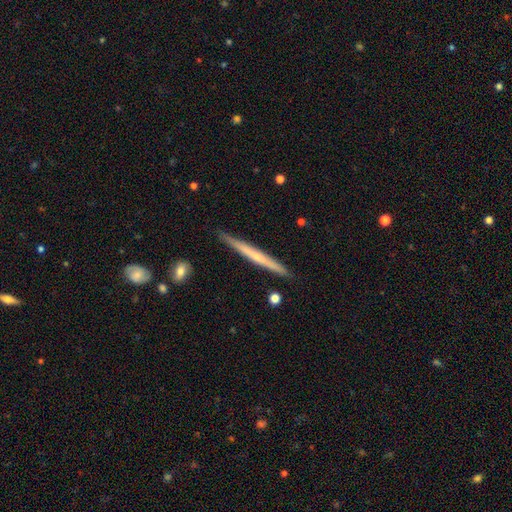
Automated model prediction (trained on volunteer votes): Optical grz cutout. It shows a featured or disk galaxy (59%) viewed edge-on (97%) with no central bulge (58%). Merging: none (90%).